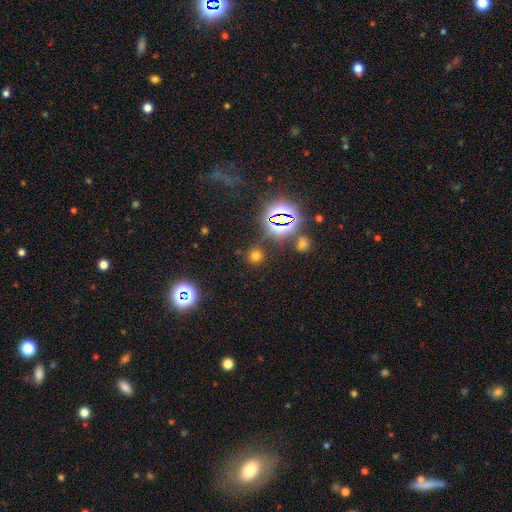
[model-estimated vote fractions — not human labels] This is possibly a smooth galaxy (59%). How rounded: clearly round (91%). Merging: clearly none (83%).